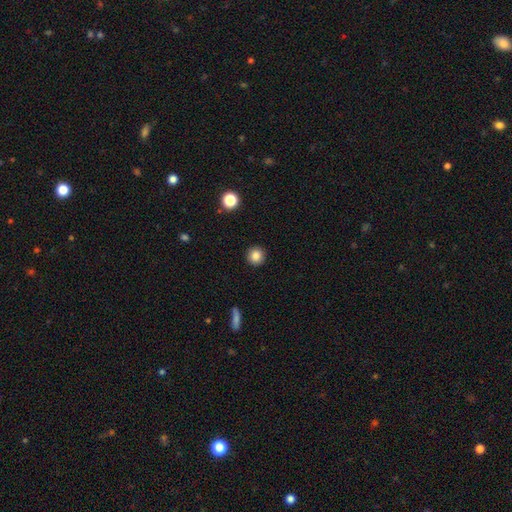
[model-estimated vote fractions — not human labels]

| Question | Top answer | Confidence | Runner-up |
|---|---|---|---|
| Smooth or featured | smooth | 84% | star or artifact (10%) |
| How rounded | round | 94% | in between (5%) |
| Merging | none | 92% | minor disturbance (5%) |